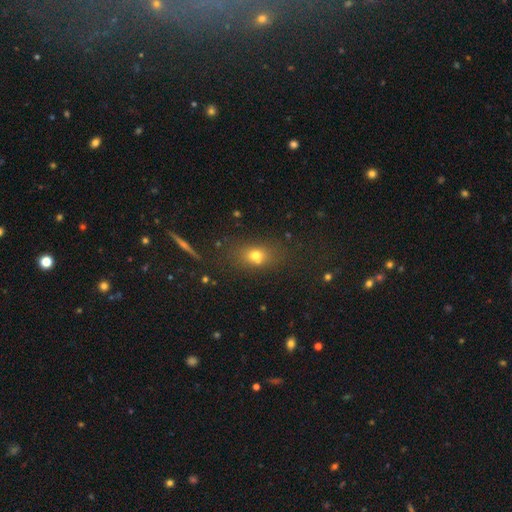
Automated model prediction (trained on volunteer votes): smooth 69%, star or artifact 17%, featured or disk 14%. Down the decision tree: how rounded — in between (59%); merging — none (66%).